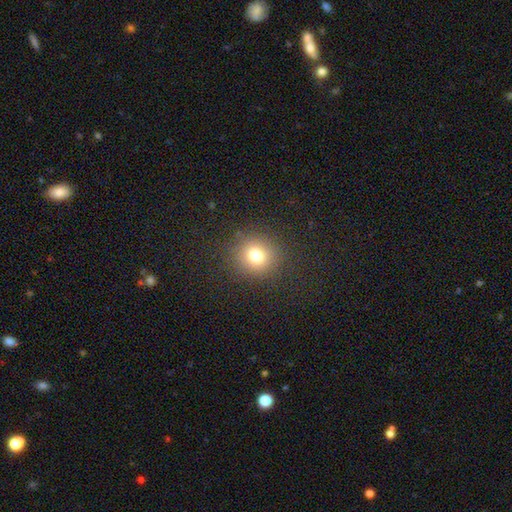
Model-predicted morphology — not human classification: Smooth or featured? smooth (76%)
How rounded? round (86%)
Merging? none (88%)